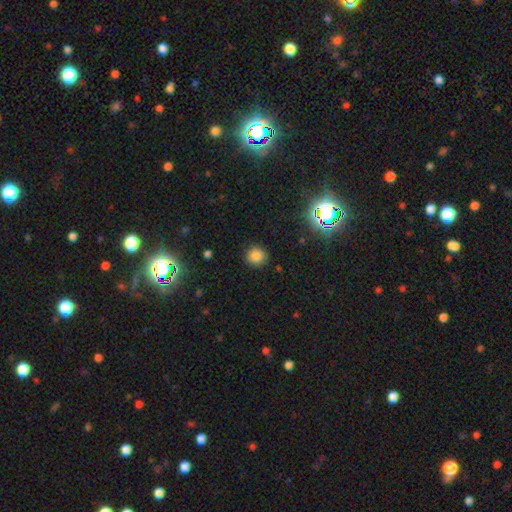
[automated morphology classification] Overall: smooth (79%). How rounded: round (89%). Merging: none (87%).